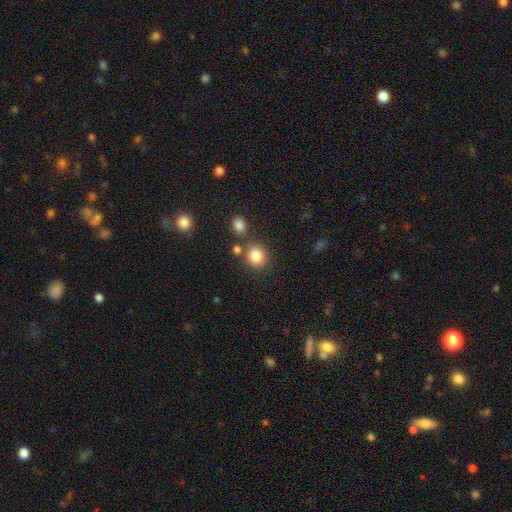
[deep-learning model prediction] smooth 83%, star or artifact 11%, featured or disk 6%. Down the decision tree: how rounded — round (82%); merging — none (75%).